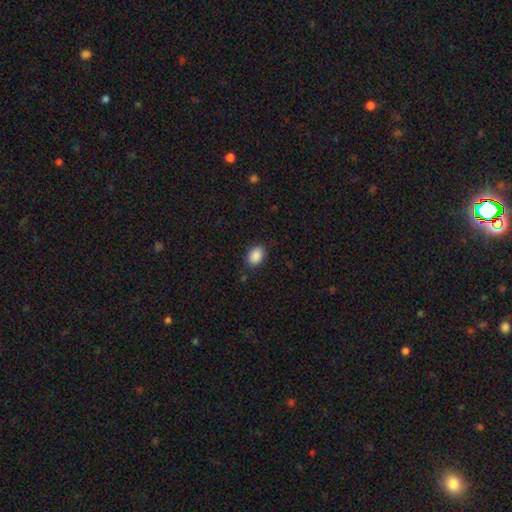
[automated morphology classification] Smooth or featured? smooth (89%)
How rounded? in between (76%)
Merging? none (85%)